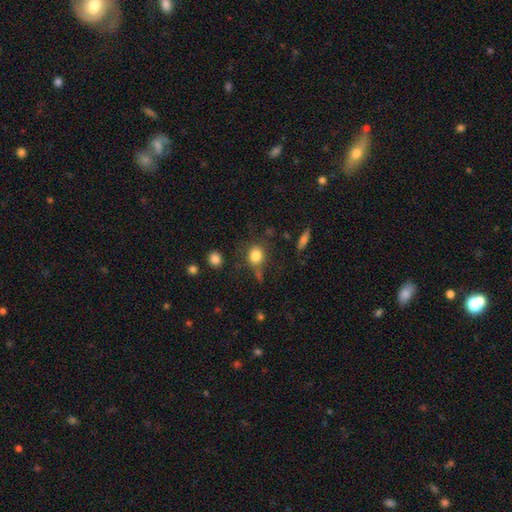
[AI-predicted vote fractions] This is clearly a smooth galaxy (82%). How rounded: likely round (69%). Merging: likely none (67%).